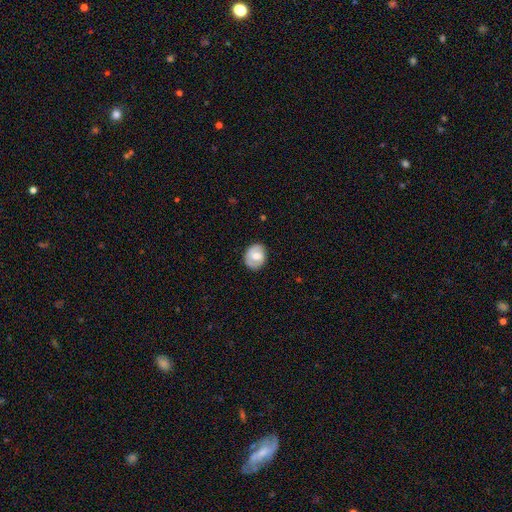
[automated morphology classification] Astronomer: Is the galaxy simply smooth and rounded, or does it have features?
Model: smooth — 49% (runner-up: featured or disk, 44%).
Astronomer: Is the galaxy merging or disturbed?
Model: none — 81%.